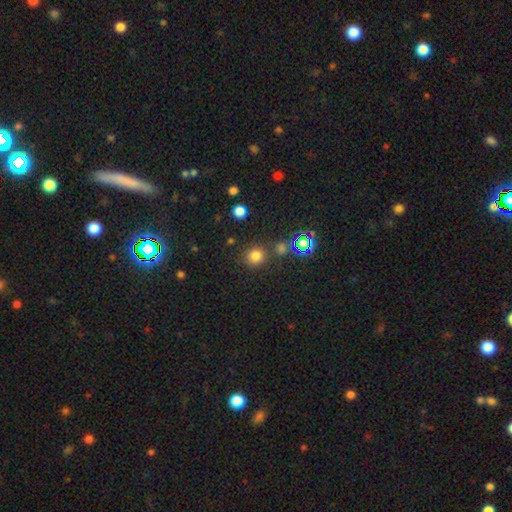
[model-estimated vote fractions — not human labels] smooth 75%, star or artifact 20%, featured or disk 5%. Down the decision tree: how rounded — round (90%); merging — none (80%).